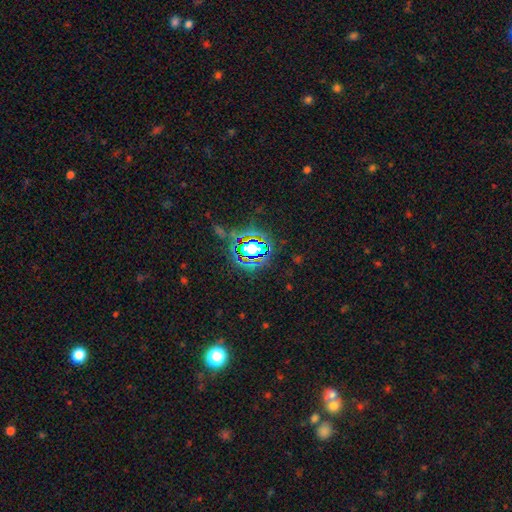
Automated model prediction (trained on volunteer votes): star or artifact 77%, smooth 14%, featured or disk 9%.